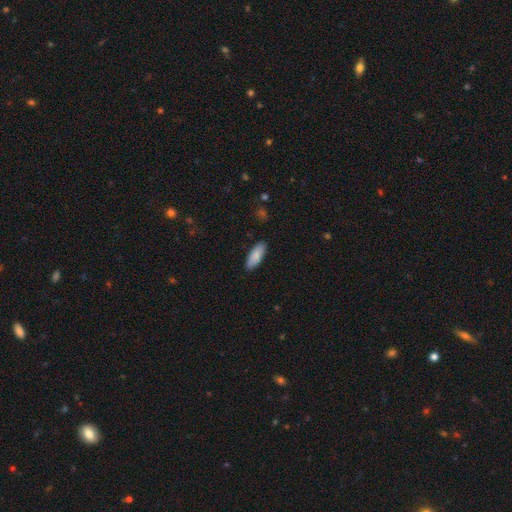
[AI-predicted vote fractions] A smooth galaxy with no disk features (88%) that is in between round and cigar-shaped (67%).

Vote fractions:
- Smooth or featured? smooth: 88% / featured or disk: 6% / star or artifact: 6%
- How rounded? in between: 67% / cigar-shaped: 31% / round: 2%
- Merging? none: 89% / minor disturbance: 8% / major disturbance: 2% / merger: 1%